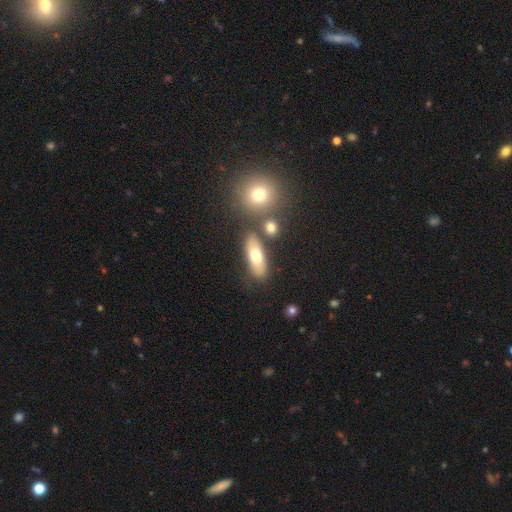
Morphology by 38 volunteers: Volunteers were most divided on "smooth or featured": smooth: 66%, featured or disk: 29%, star or artifact: 5%. More confident: merging — none (78%); how rounded — in between (72%).